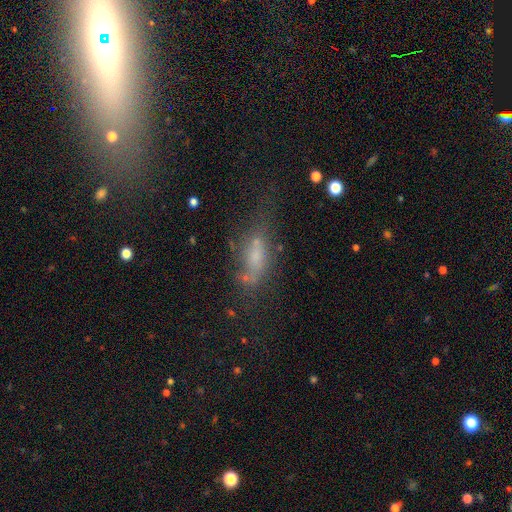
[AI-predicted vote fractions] smooth 50%, featured or disk 34%, star or artifact 17%. Down the decision tree: merging — none (38%).